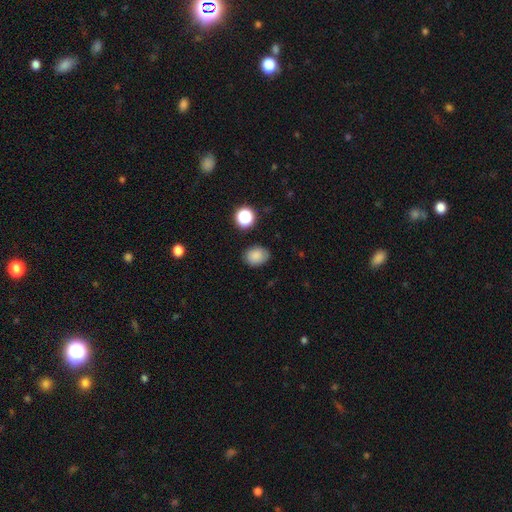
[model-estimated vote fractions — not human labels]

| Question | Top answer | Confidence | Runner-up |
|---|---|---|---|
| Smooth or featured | smooth | 84% | star or artifact (10%) |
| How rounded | in between | 55% | round (44%) |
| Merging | none | 80% | minor disturbance (15%) |